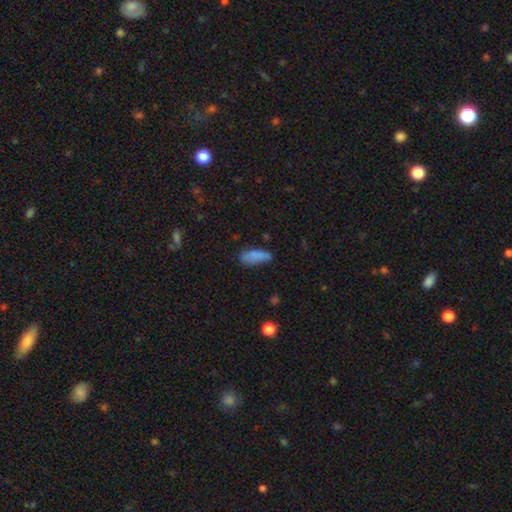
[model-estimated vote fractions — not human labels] Q: Smooth or featured?
A: smooth (80%); runner-up: featured or disk (10%)
Q: How rounded?
A: in between (70%); runner-up: cigar-shaped (27%)
Q: Merging?
A: none (53%); runner-up: minor disturbance (30%)